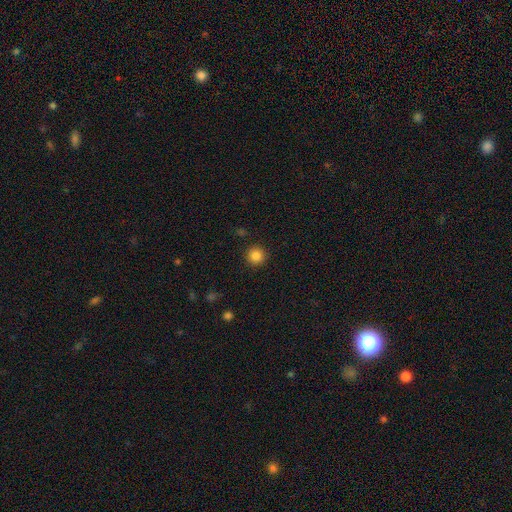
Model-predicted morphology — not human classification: type=smooth (84%); roundness=round (95%); merging=none (92%).